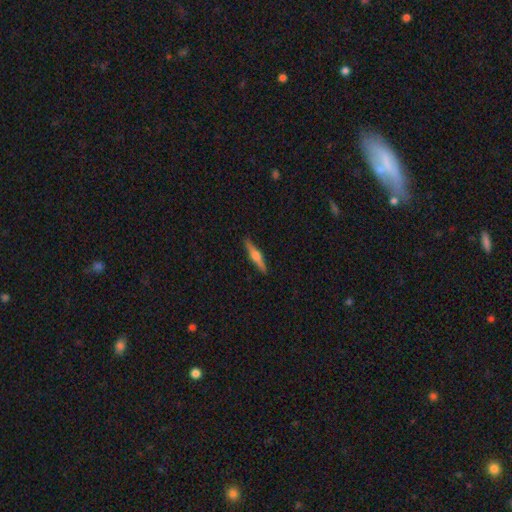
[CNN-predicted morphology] type=featured or disk (65%); edge-on=yes (97%); edge-on bulge=rounded (87%); merging=none (90%).